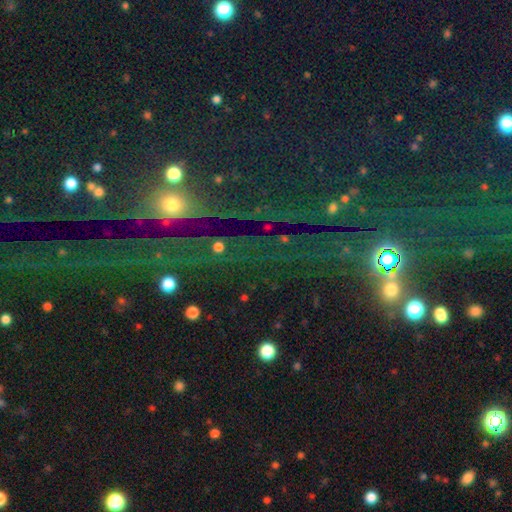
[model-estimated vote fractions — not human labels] smooth-or-featured: star or artifact: 73% | smooth: 16% | featured or disk: 11%